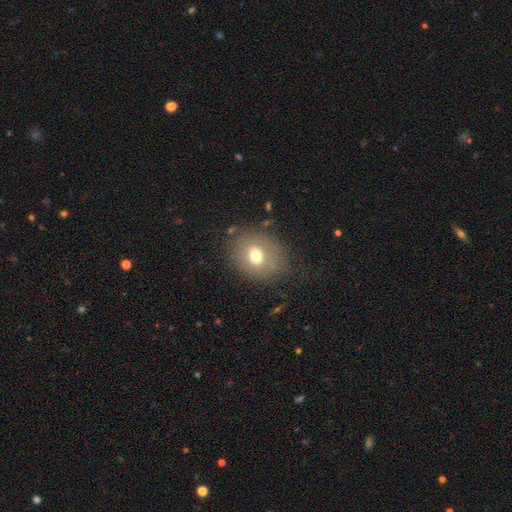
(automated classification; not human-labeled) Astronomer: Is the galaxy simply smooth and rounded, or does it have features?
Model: smooth — 69%.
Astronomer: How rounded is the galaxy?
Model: round — 60% (runner-up: in between, 39%).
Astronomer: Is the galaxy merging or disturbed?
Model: none — 77%.